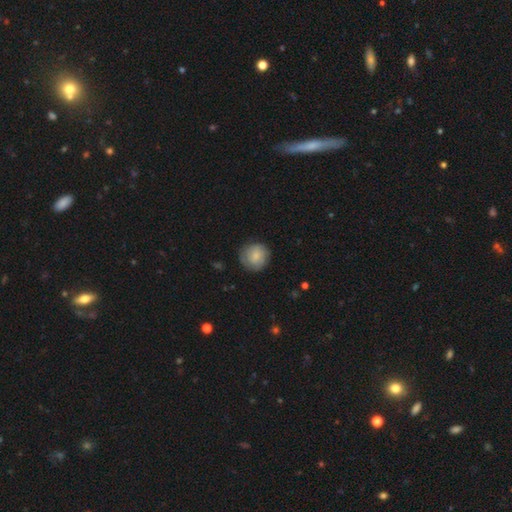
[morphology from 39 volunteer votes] Smooth or featured? 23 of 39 (59%) said smooth. How rounded? 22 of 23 (96%) said round. Merging? 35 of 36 (97%) said none.